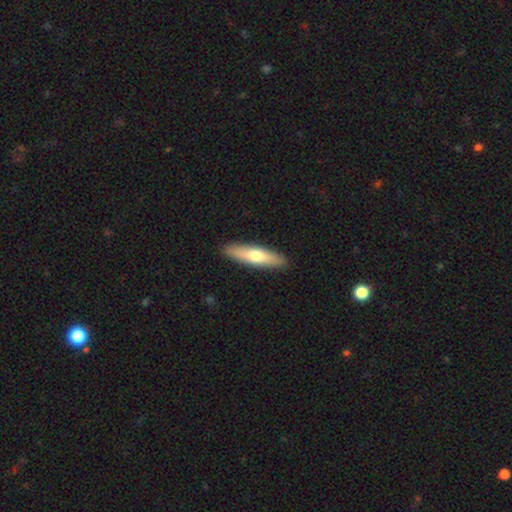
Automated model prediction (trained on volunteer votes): Smooth or featured? smooth (64%)
How rounded? cigar-shaped (75%)
Merging? none (91%)